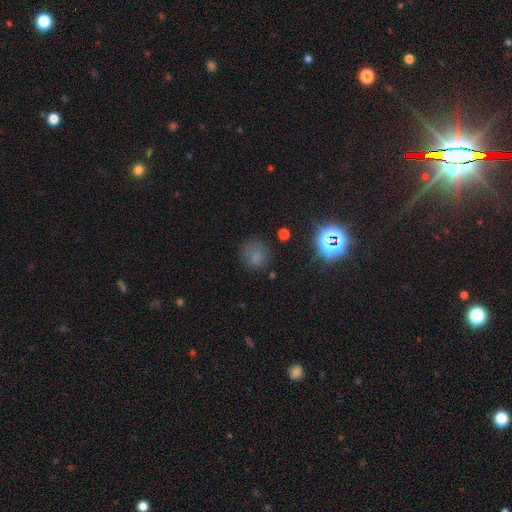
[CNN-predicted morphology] type=smooth (70%); roundness=round (83%); merging=none (71%).